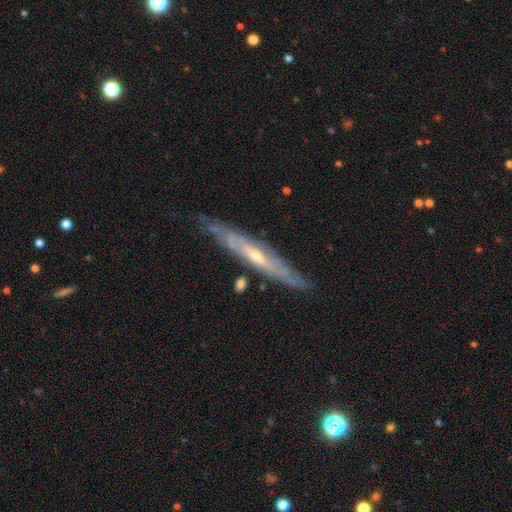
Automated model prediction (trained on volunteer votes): The model was most divided on "edge-on bulge": rounded: 57%, none: 39%, boxy: 4%. More confident: smooth or featured — featured or disk (78%); merging — none (76%); edge-on disk — yes (71%).